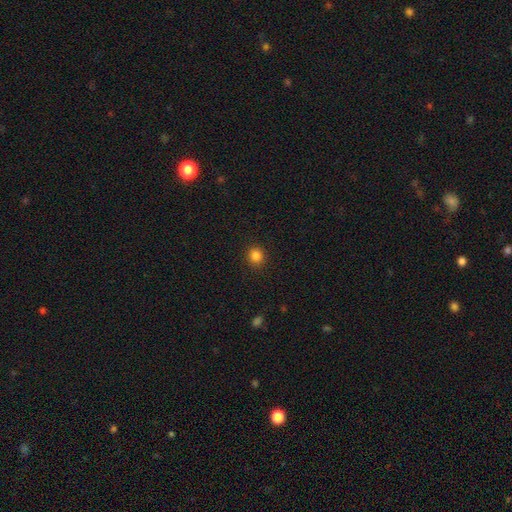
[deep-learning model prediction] This appears to be a smooth galaxy with no disk features (85%) that is round (87%). Merging: none (91%).